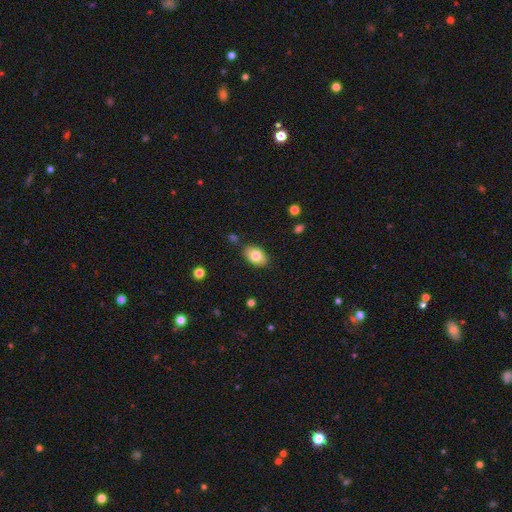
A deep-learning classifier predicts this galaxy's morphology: smooth 80%, featured or disk 13%, star or artifact 7%. Down the decision tree: how rounded — in between (89%); merging — none (83%).